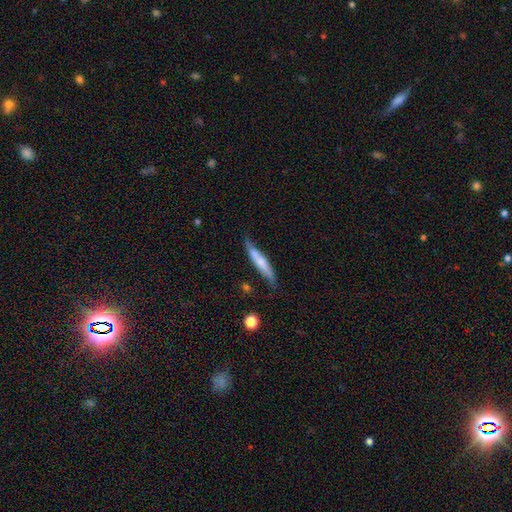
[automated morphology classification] smooth 49%, featured or disk 45%, star or artifact 7%. Down the decision tree: merging — none (69%).